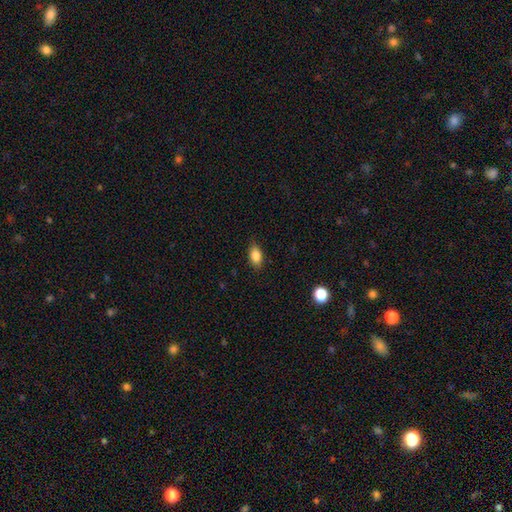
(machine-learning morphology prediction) This is clearly a smooth galaxy (85%). How rounded: clearly in between (88%). Merging: clearly none (85%).